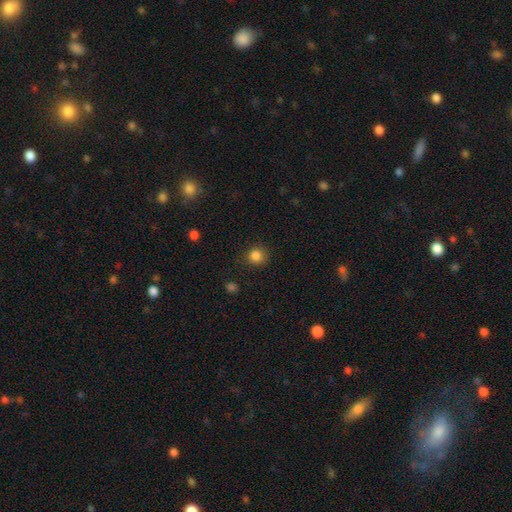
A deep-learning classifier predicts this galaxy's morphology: smooth-or-featured: smooth: 84% | star or artifact: 12% | featured or disk: 4%
  how-rounded: round: 90% | in between: 9% | cigar-shaped: 1%
  merging: none: 85% | minor disturbance: 10% | major disturbance: 3% | merger: 1%